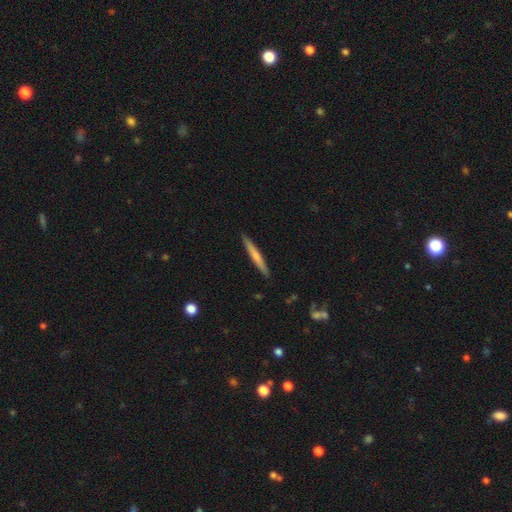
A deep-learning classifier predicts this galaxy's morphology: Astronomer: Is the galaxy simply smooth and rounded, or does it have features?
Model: smooth — 63%.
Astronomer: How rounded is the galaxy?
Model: cigar-shaped — 96%.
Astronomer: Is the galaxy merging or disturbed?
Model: none — 91%.